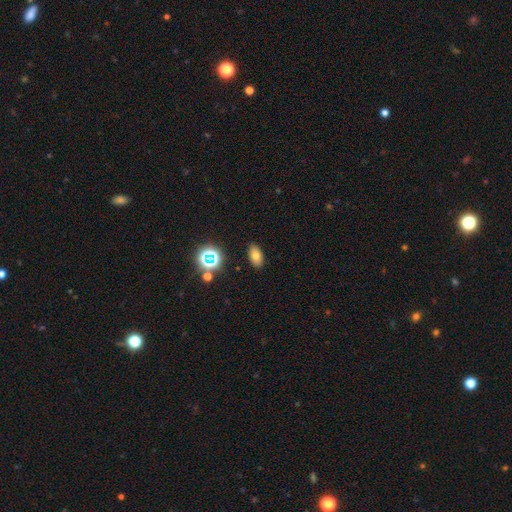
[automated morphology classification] Smooth or featured? smooth (72%)
How rounded? in between (89%)
Merging? none (87%)